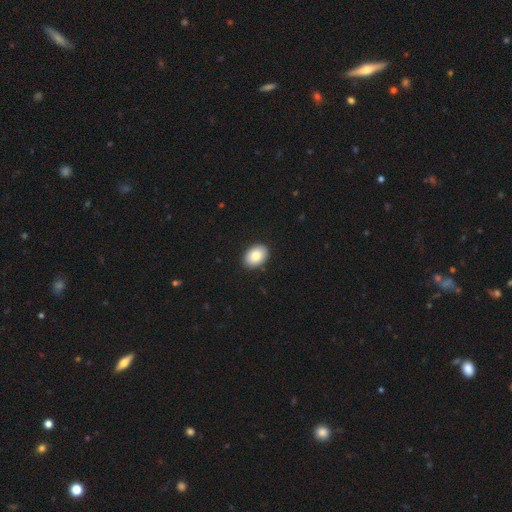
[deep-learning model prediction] A smooth galaxy with no disk features (85%) that is in between round and cigar-shaped (82%).

Vote fractions:
- Smooth or featured? smooth: 85% / featured or disk: 9% / star or artifact: 7%
- How rounded? in between: 82% / round: 17% / cigar-shaped: 1%
- Merging? none: 91% / minor disturbance: 6% / major disturbance: 1% / merger: 1%